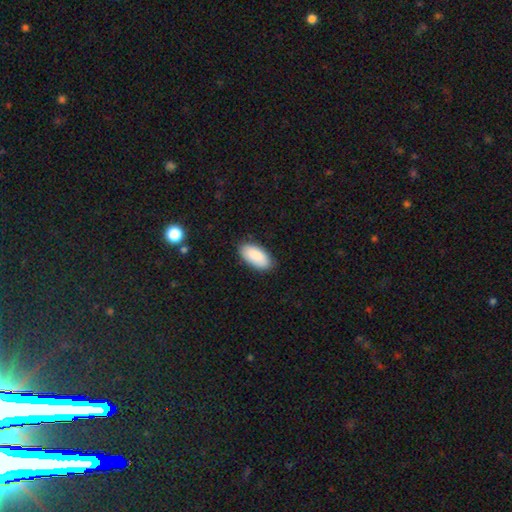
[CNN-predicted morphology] Smooth or featured? Predicted: smooth (p=0.90). How rounded? Predicted: in between (p=0.94). Merging? Predicted: none (p=0.86).